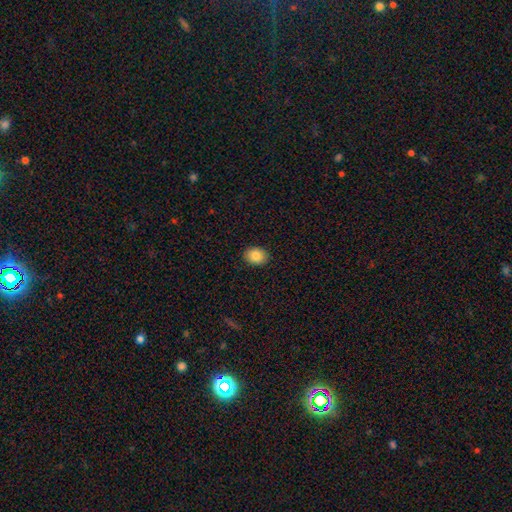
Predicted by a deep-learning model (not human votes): This is clearly a smooth galaxy (85%). How rounded: possibly in between (57%). Merging: clearly none (91%).